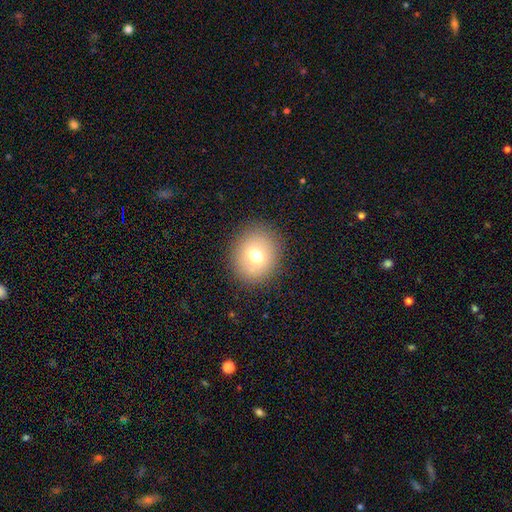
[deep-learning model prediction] Smooth or featured? smooth (70%)
How rounded? round (80%)
Merging? none (87%)